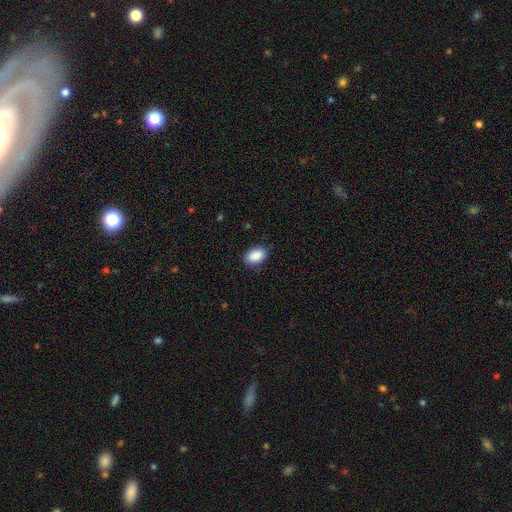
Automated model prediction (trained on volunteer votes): A smooth galaxy with no disk features (90%) that is in between round and cigar-shaped (90%). Merging: none (84%).